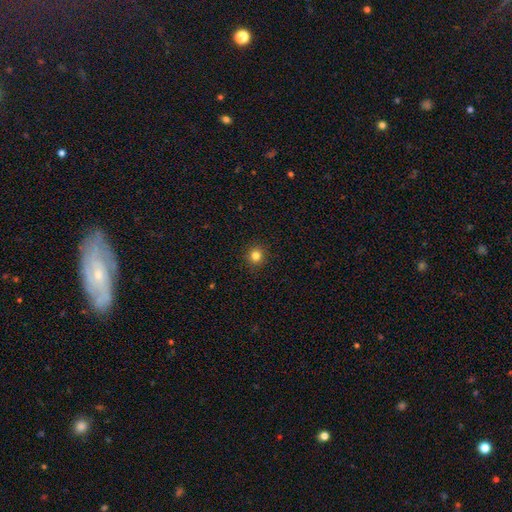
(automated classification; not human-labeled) Smooth or featured?
  - smooth: 82% *
  - star or artifact: 13%
  - featured or disk: 5%
How rounded?
  - round: 93% *
  - in between: 6%
  - cigar-shaped: 1%
Merging?
  - none: 92% *
  - minor disturbance: 5%
  - major disturbance: 2%
  - merger: 1%